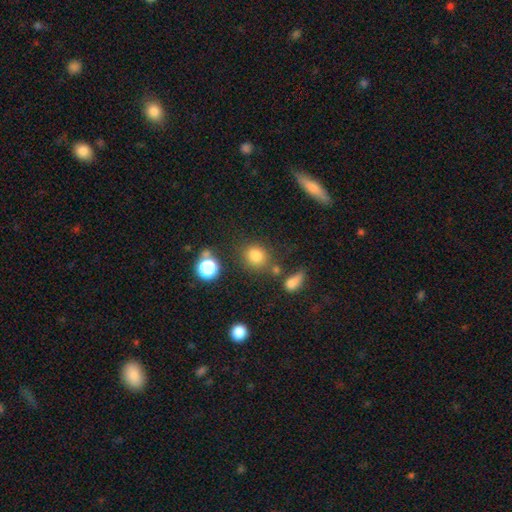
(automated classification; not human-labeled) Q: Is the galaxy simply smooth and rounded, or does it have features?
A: smooth — 78%.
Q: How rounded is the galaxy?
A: round — 76%.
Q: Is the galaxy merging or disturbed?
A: none — 70%.